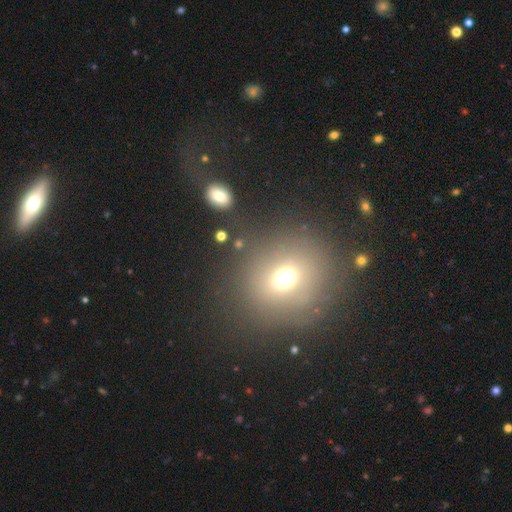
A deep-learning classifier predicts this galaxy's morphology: Smooth or featured? Predicted: smooth (p=0.58). How rounded? Predicted: round (p=0.80). Merging? Predicted: none (p=0.74).